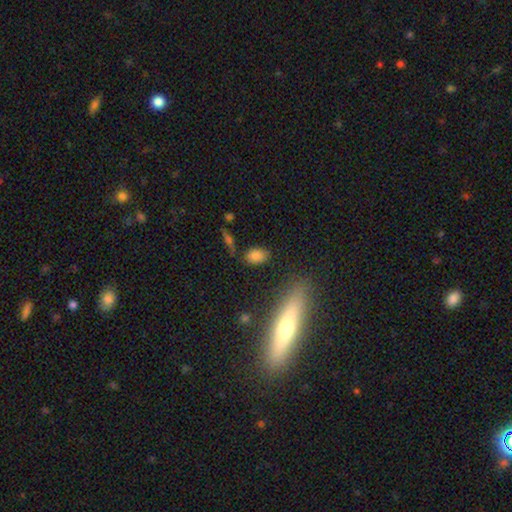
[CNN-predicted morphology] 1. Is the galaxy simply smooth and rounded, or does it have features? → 80% smooth, 11% star or artifact, 9% featured or disk.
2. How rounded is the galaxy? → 84% in between, 13% round, 3% cigar-shaped.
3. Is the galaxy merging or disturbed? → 77% none, 15% minor disturbance, 4% major disturbance, 4% merger.